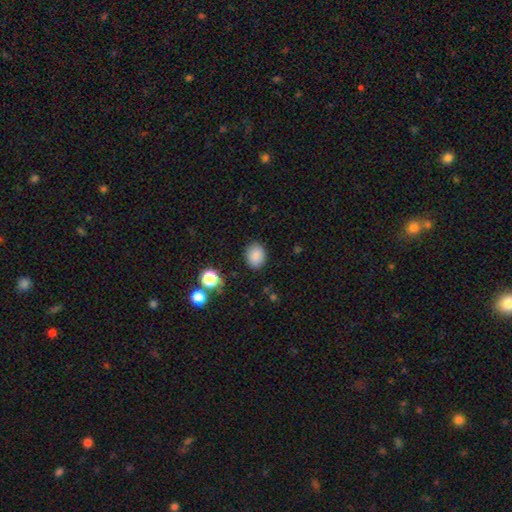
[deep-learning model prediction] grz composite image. It shows a smooth galaxy with no disk features (85%) that is in between round and cigar-shaped (55%). Merging: none (87%).